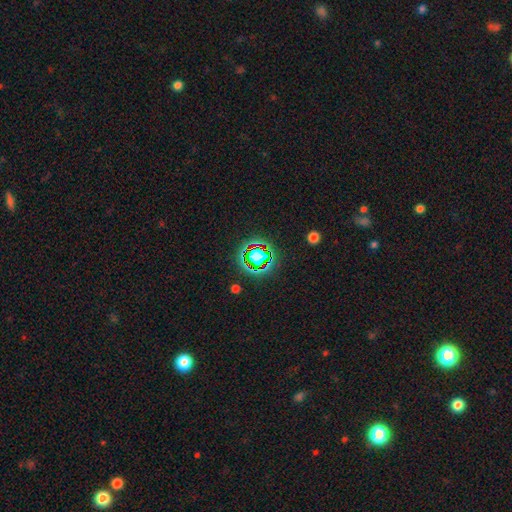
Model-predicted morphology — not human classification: type=star or artifact (61%).